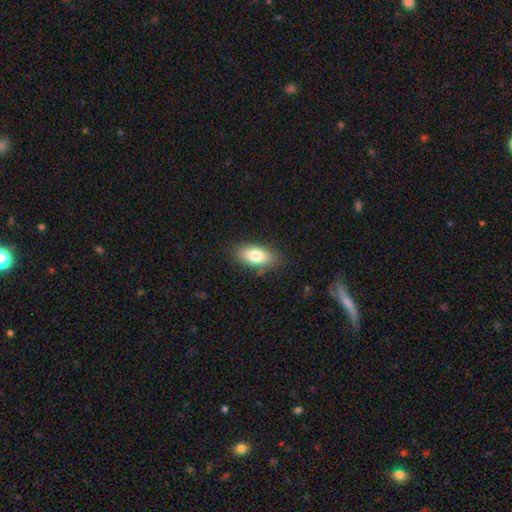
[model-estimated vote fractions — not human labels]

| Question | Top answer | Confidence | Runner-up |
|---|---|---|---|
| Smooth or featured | smooth | 80% | featured or disk (13%) |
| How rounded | in between | 89% | cigar-shaped (7%) |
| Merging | none | 83% | minor disturbance (13%) |